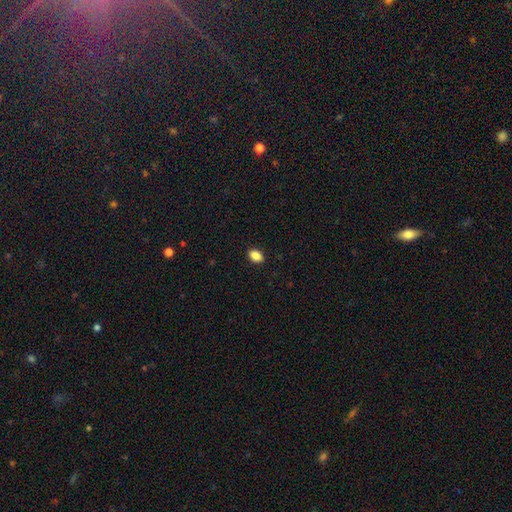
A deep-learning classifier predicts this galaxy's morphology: Q: Smooth or featured?
A: smooth (87%); runner-up: star or artifact (9%)
Q: How rounded?
A: in between (84%); runner-up: round (14%)
Q: Merging?
A: none (90%); runner-up: minor disturbance (8%)